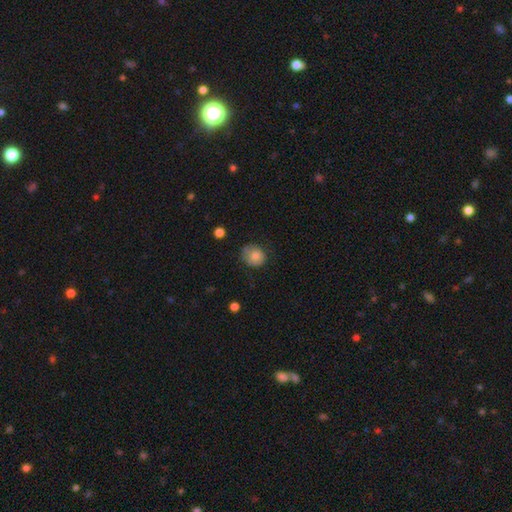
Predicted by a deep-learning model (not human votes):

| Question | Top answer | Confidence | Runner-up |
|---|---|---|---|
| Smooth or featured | smooth | 75% | featured or disk (17%) |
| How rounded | round | 71% | in between (28%) |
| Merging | none | 61% | minor disturbance (28%) |